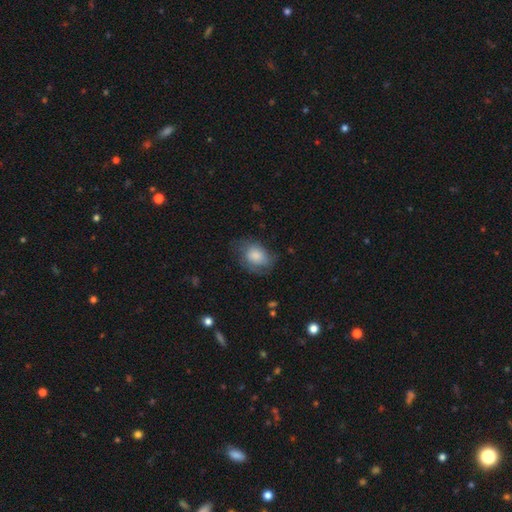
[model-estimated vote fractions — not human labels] Smooth or featured? Predicted: smooth (p=0.69). How rounded? Predicted: in between (p=0.67). Merging? Predicted: none (p=0.55).